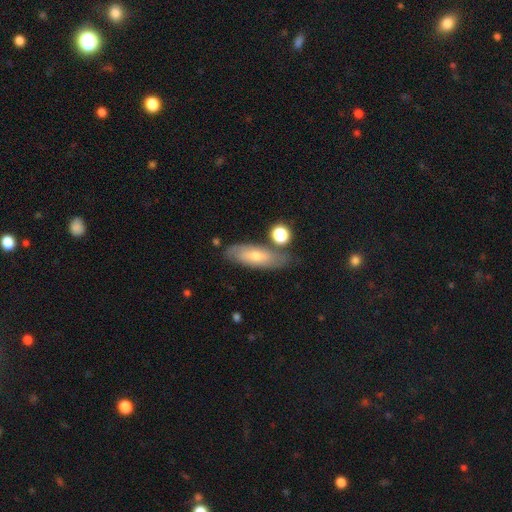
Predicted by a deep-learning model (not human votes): smooth-or-featured: smooth: 53% | featured or disk: 40% | star or artifact: 8%
  how-rounded: in between: 60% | cigar-shaped: 37% | round: 3%
  merging: none: 71% | minor disturbance: 17% | merger: 7% | major disturbance: 4%